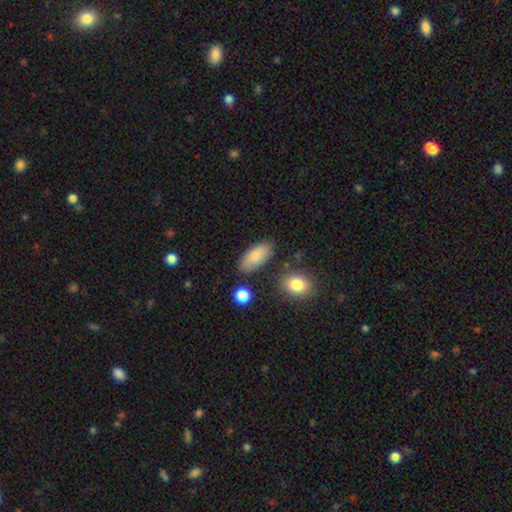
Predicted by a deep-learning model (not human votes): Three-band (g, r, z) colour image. It shows a smooth galaxy with no disk features (82%) that is in between round and cigar-shaped (90%). Merging: none (78%).